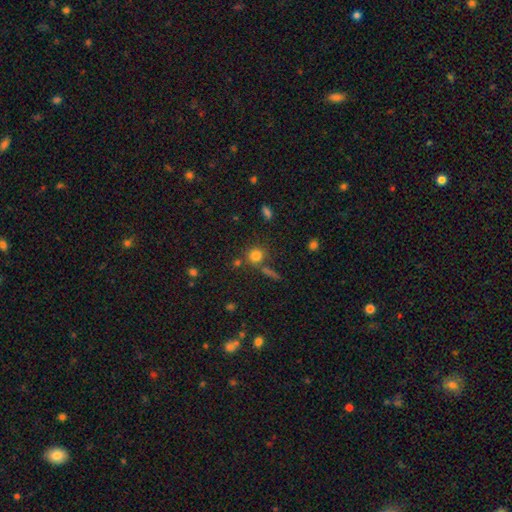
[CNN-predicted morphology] type=smooth (78%); roundness=round (89%); merging=none (71%).